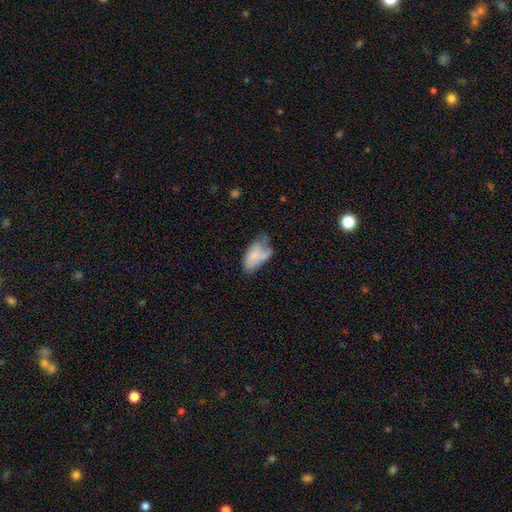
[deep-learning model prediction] Morphology: type=smooth (64%); roundness=in between (93%); merging=minor disturbance (33%).